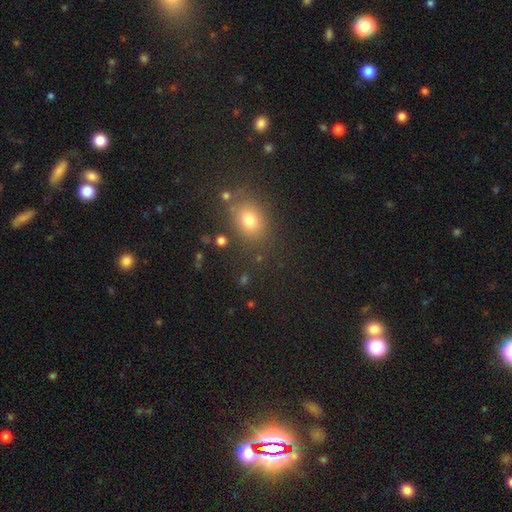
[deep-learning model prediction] Smooth or featured? Predicted: smooth (p=0.50). Merging? Predicted: none (p=0.80).